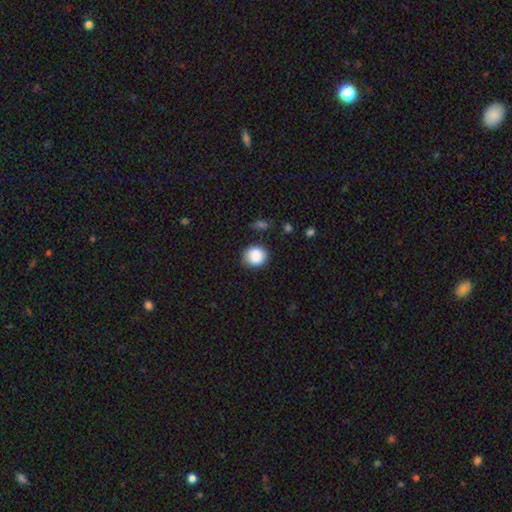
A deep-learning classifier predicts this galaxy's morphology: Smooth or featured?
  - smooth: 88% *
  - star or artifact: 8%
  - featured or disk: 4%
How rounded?
  - round: 84% *
  - in between: 15%
  - cigar-shaped: 1%
Merging?
  - none: 78% *
  - minor disturbance: 15%
  - major disturbance: 4%
  - merger: 2%